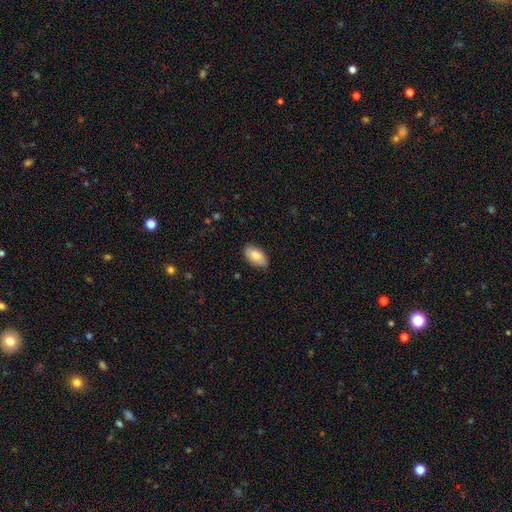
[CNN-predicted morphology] The model was most divided on "smooth or featured": smooth: 80%, featured or disk: 13%, star or artifact: 6%. More confident: how rounded — in between (95%); merging — none (82%).